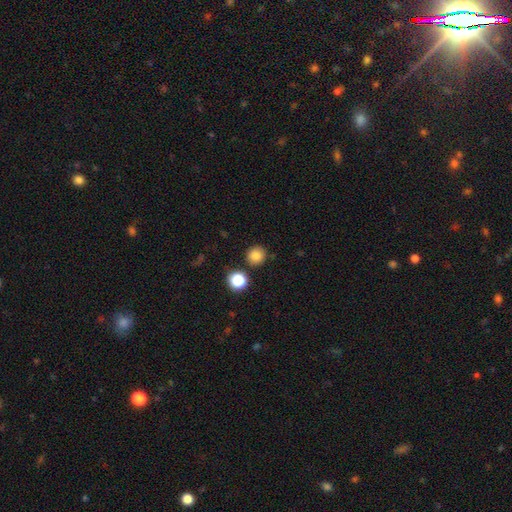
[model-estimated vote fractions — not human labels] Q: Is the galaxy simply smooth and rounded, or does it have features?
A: smooth — 83%.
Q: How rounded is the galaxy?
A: round — 93%.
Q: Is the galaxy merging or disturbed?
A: none — 86%.